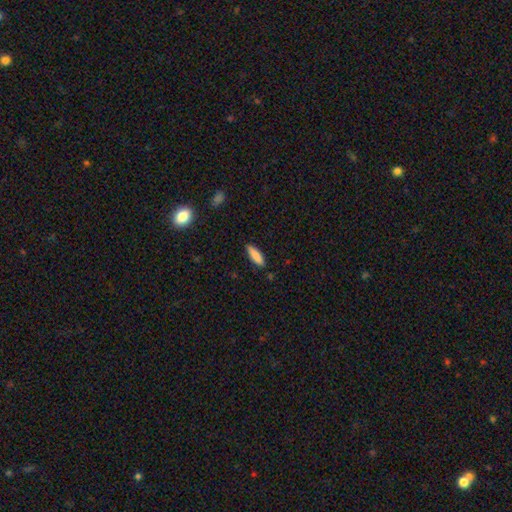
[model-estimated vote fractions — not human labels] smooth-or-featured: smooth: 84% | featured or disk: 10% | star or artifact: 7%
  how-rounded: cigar-shaped: 60% | in between: 39% | round: 2%
  merging: none: 84% | minor disturbance: 12% | major disturbance: 2% | merger: 2%